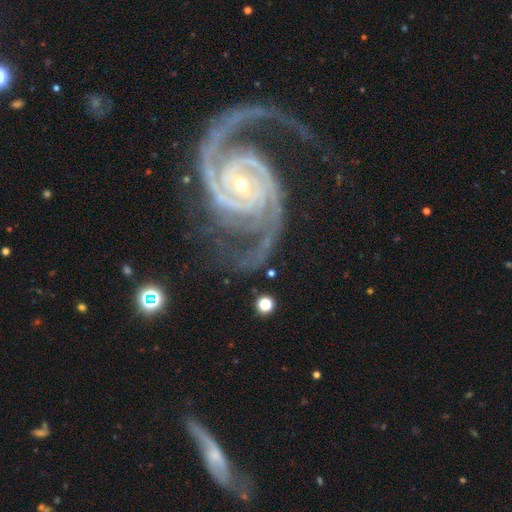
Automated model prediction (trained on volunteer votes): This appears to be a featured or disk galaxy (94%) with no bar (58%), 2 (67%) tight (45%, tied with medium) spiral arms (99%) and a small central bulge (75%). Merging: none (61%).